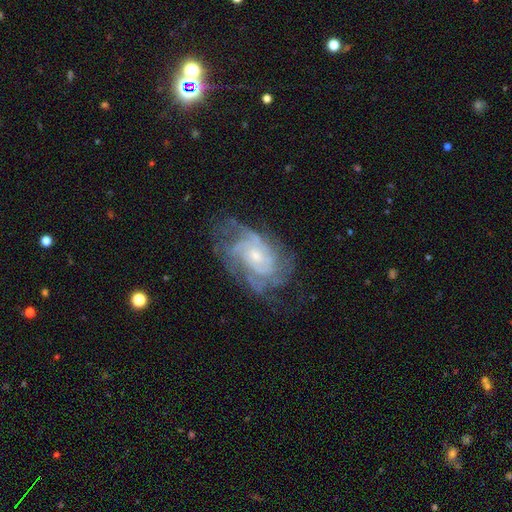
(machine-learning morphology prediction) This appears to be a featured or disk galaxy (85%) with no bar (67%), tight (56%) spiral arms (95%) and a small central bulge (61%). Merging: none (63%).